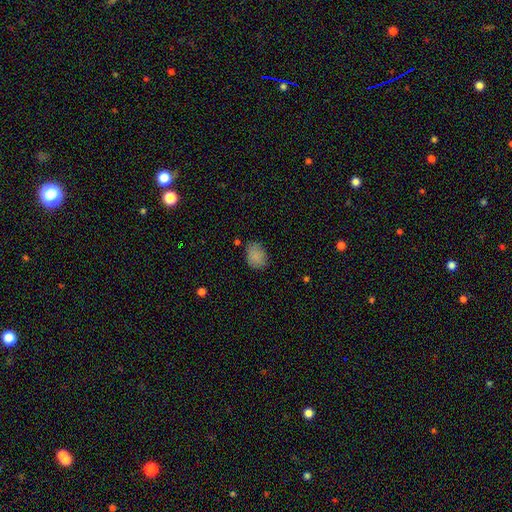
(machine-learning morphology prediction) This appears to be a smooth galaxy with no disk features (84%) that is in between round and cigar-shaped (64%). Merging: none (71%).